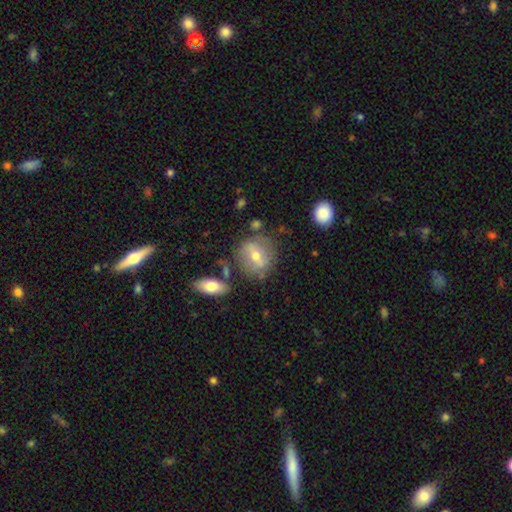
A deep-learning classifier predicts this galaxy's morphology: smooth-or-featured: smooth: 47% | featured or disk: 44% | star or artifact: 9%
  merging: none: 70% | minor disturbance: 17% | merger: 7% | major disturbance: 6%